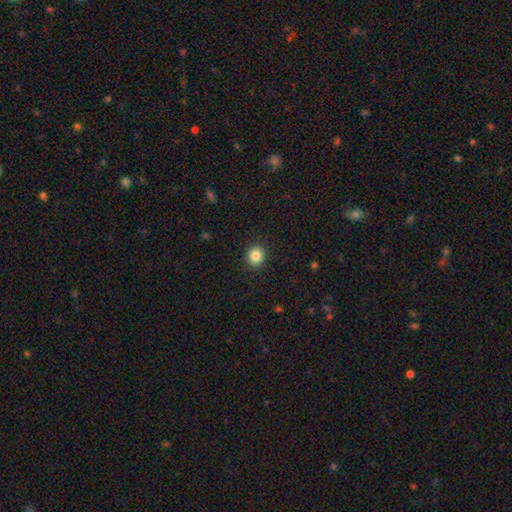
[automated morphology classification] Smooth or featured? smooth (85%)
How rounded? round (84%)
Merging? none (91%)